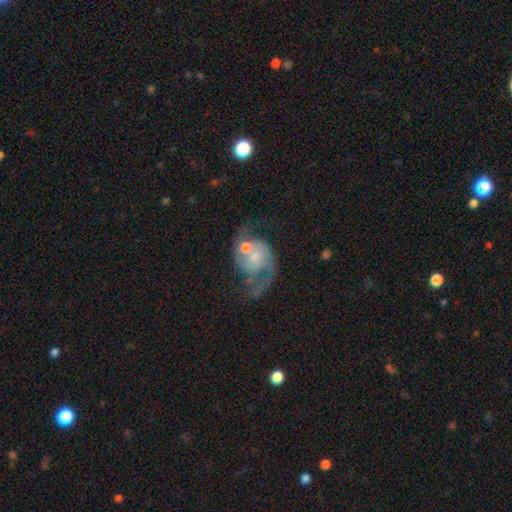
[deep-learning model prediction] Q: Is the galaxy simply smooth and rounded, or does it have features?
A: featured or disk — 83%.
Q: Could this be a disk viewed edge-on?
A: no — 98%.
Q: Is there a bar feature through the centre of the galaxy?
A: no — 67%.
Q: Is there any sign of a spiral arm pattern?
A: yes — 94%.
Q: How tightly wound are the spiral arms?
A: loose — 48%.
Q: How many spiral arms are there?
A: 2 — 89%.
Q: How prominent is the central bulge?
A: small — 44%.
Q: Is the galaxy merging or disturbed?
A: none — 46%.